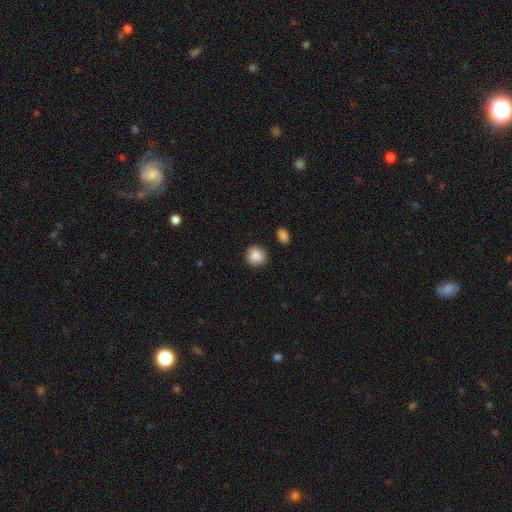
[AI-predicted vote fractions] Smooth or featured?
  - smooth: 88% *
  - star or artifact: 8%
  - featured or disk: 4%
How rounded?
  - round: 87% *
  - in between: 12%
  - cigar-shaped: 1%
Merging?
  - none: 87% *
  - minor disturbance: 8%
  - major disturbance: 2%
  - merger: 2%